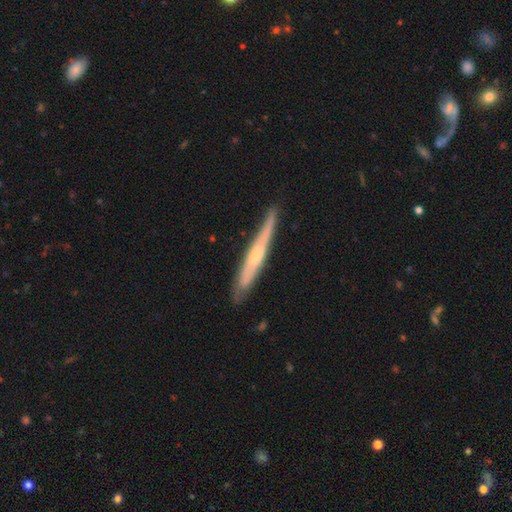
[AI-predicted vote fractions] This appears to be a featured or disk galaxy (59%) viewed edge-on (92%) with a rounded central bulge (50%). Merging: none (81%).